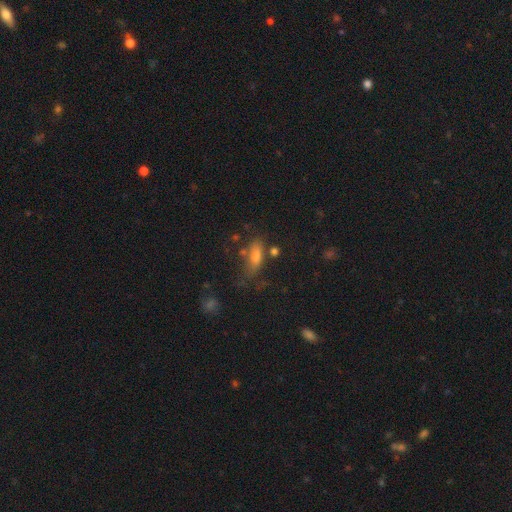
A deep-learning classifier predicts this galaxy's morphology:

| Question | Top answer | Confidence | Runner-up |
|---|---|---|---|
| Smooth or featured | smooth | 64% | featured or disk (19%) |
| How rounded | in between | 63% | cigar-shaped (32%) |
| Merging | none | 50% | minor disturbance (24%) |